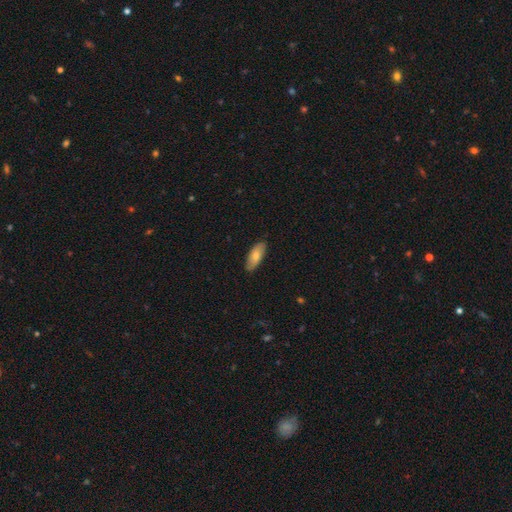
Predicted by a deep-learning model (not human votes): smooth_or_featured: smooth (p=0.72) [alt: featured or disk p=0.22]
how_rounded: in between (p=0.81) [alt: cigar-shaped p=0.16]
merging: none (p=0.86) [alt: minor disturbance p=0.11]